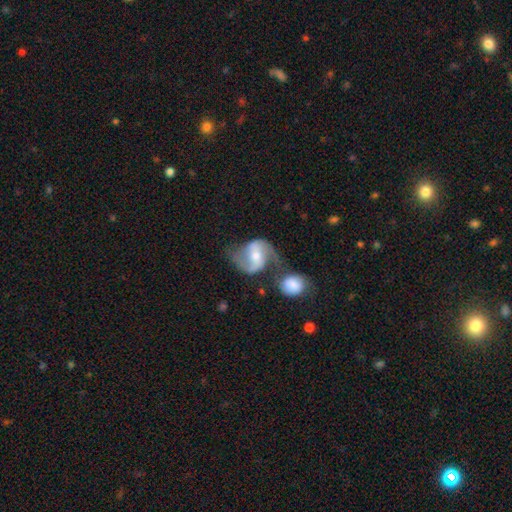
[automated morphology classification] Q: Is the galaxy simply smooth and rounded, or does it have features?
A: featured or disk — 83%.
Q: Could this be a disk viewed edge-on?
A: no — 98%.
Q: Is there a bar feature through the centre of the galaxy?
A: weak — 43%.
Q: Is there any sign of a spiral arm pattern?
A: yes — 94%.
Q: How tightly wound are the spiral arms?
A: medium — 45%, tied with loose.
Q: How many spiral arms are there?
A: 2 — 92%.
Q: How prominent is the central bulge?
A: moderate — 60%.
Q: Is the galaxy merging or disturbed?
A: none — 49%.